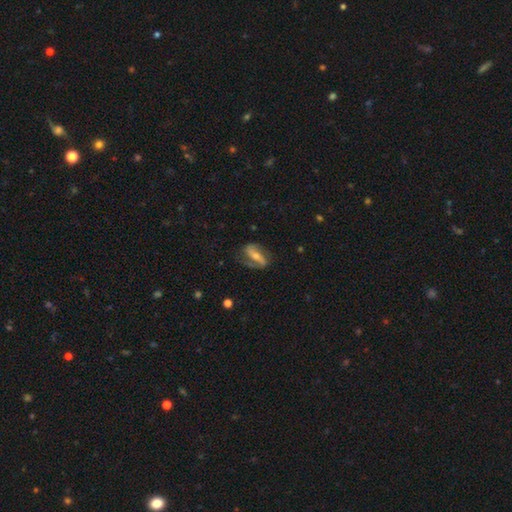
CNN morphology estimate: Smooth or featured? featured or disk (73%)
Edge-on disk? no (90%)
Bar? strong (56%)
Spiral arms? yes (88%)
Spiral winding? loose (44%)
Spiral arm count? 2 (80%)
Bulge size? moderate (46%)
Merging? none (62%)